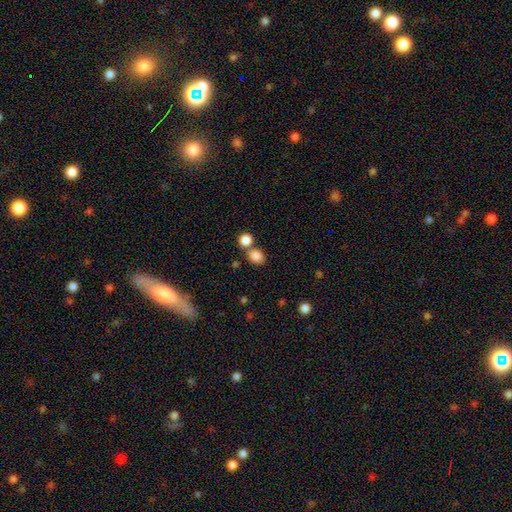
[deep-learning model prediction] smooth-or-featured: smooth: 85% | star or artifact: 10% | featured or disk: 5%
  how-rounded: round: 59% | in between: 40% | cigar-shaped: 1%
  merging: none: 57% | merger: 31% | minor disturbance: 9% | major disturbance: 3%